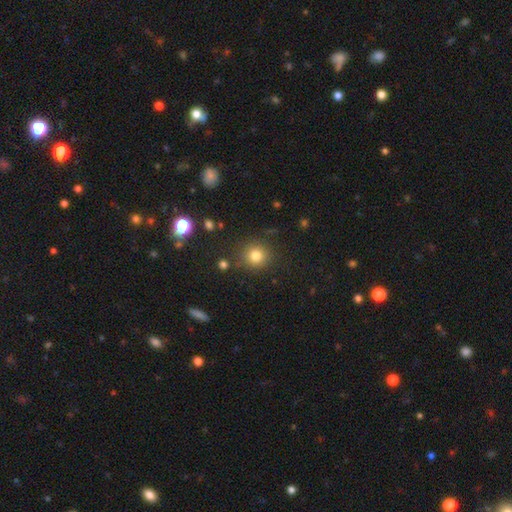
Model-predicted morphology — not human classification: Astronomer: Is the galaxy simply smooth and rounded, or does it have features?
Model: smooth — 81%.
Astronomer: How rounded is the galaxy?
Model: round — 91%.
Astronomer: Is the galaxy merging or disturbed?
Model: none — 85%.